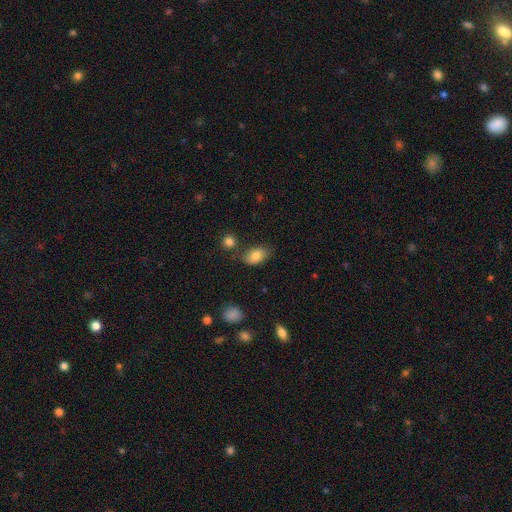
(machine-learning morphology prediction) Q: Smooth or featured?
A: smooth (83%); runner-up: featured or disk (9%)
Q: How rounded?
A: in between (89%); runner-up: round (9%)
Q: Merging?
A: none (71%); runner-up: minor disturbance (19%)